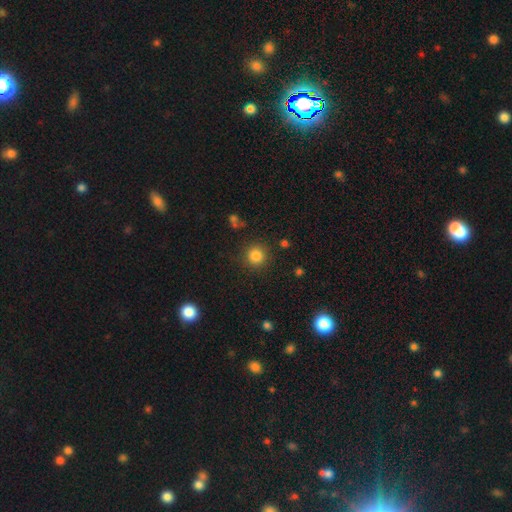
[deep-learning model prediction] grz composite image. It shows a smooth galaxy with no disk features (83%) that is round (94%). Merging: none (88%).